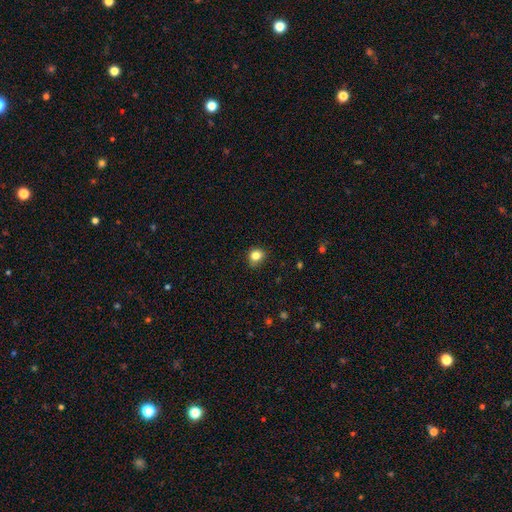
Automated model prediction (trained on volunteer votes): A smooth galaxy with no disk features (83%) that is round (75%). Merging: none (79%).